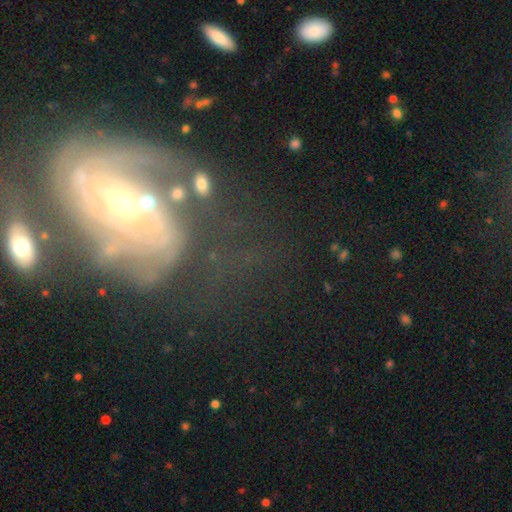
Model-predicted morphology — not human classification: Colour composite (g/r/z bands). It shows a featured or disk galaxy (73%) with no bar (54%), tight (44%) spiral arms (79%) and a small central bulge (56%). Merging: none (42%).